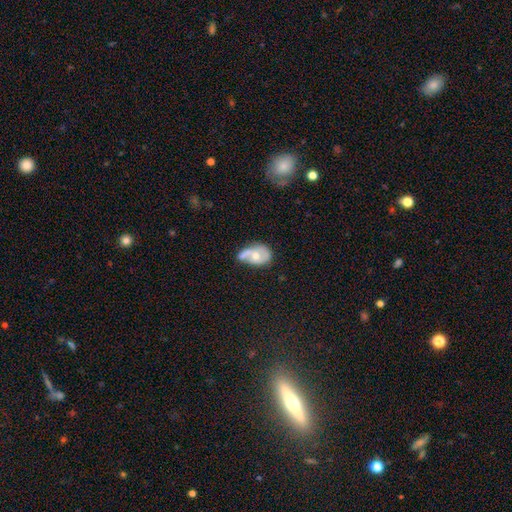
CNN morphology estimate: Q: Smooth or featured?
A: featured or disk (63%); runner-up: smooth (31%)
Q: Edge-on disk?
A: no (96%); runner-up: yes (4%)
Q: Bar?
A: no (72%); runner-up: weak (22%)
Q: Spiral arms?
A: yes (71%); runner-up: no (29%)
Q: Bulge size?
A: moderate (67%); runner-up: small (27%)
Q: Merging?
A: minor disturbance (36%); runner-up: none (32%)